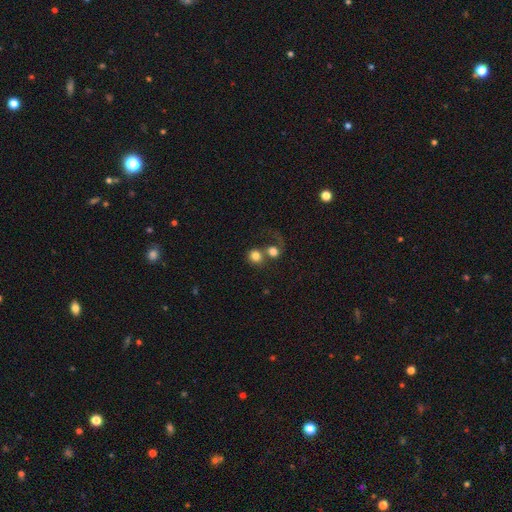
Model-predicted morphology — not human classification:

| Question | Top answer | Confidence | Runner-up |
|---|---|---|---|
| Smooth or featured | smooth | 78% | featured or disk (13%) |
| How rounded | round | 84% | in between (15%) |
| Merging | merger | 52% | none (32%) |